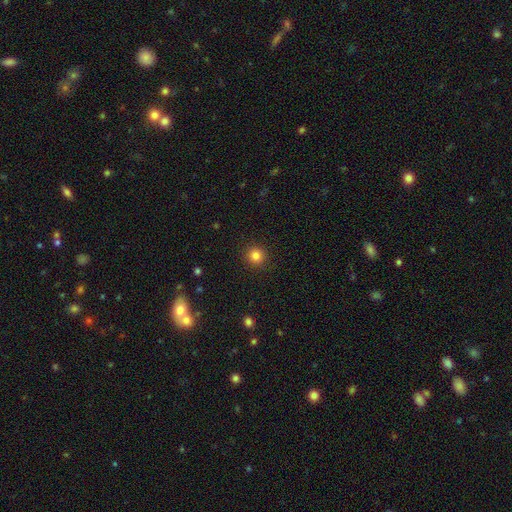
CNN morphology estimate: A smooth galaxy with no disk features (83%) that is round (94%).

Vote fractions:
- Smooth or featured? smooth: 83% / star or artifact: 12% / featured or disk: 5%
- How rounded? round: 94% / in between: 5% / cigar-shaped: 1%
- Merging? none: 92% / minor disturbance: 5% / major disturbance: 2% / merger: 1%